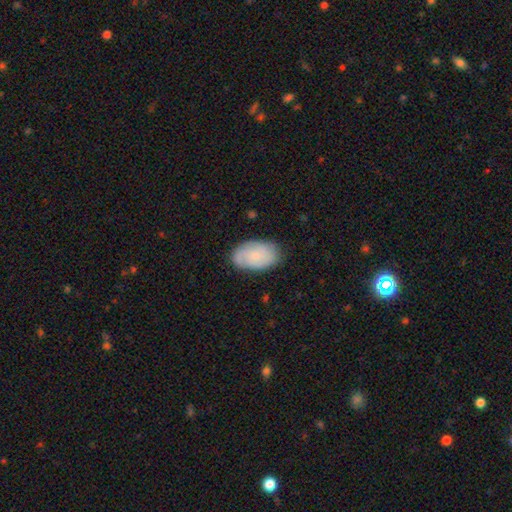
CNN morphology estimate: A smooth galaxy with no disk features (60%) that is in between round and cigar-shaped (93%).

Vote fractions:
- Smooth or featured? smooth: 60% / featured or disk: 33% / star or artifact: 7%
- How rounded? in between: 93% / round: 6% / cigar-shaped: 1%
- Merging? none: 79% / minor disturbance: 16% / major disturbance: 3% / merger: 1%